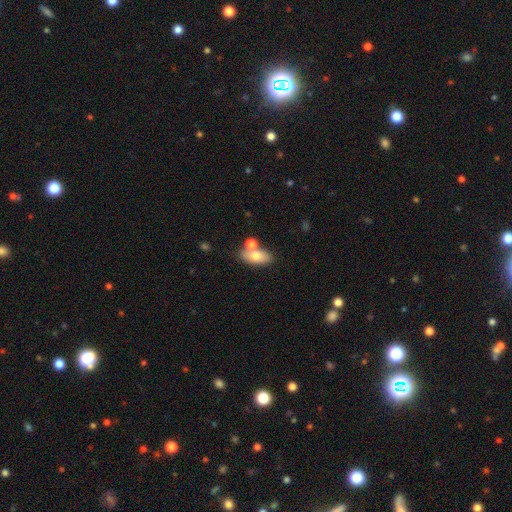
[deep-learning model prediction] Smooth or featured?
  - smooth: 72% *
  - featured or disk: 20%
  - star or artifact: 8%
How rounded?
  - in between: 87% *
  - round: 8%
  - cigar-shaped: 6%
Merging?
  - none: 55% *
  - merger: 28%
  - minor disturbance: 12%
  - major disturbance: 4%